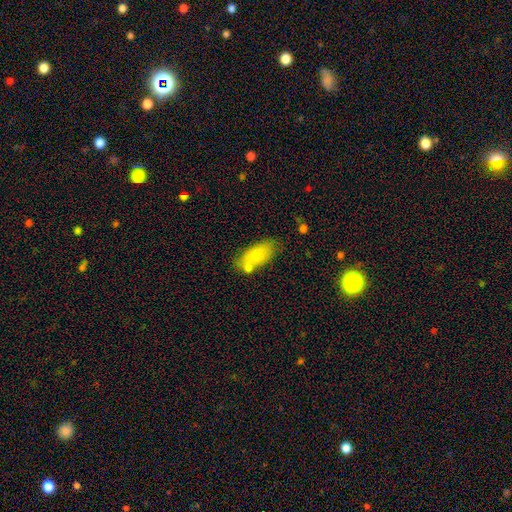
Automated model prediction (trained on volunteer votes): Smooth or featured? Predicted: smooth (p=0.79). How rounded? Predicted: in between (p=0.87). Merging? Predicted: none (p=0.58).